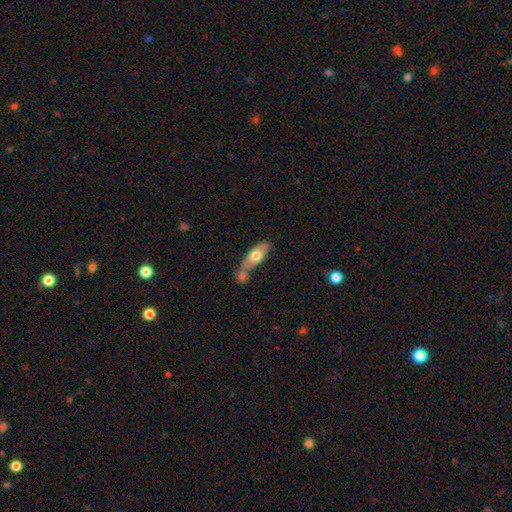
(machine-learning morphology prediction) Smooth or featured: smooth — 62% (featured or disk — 32%)
How rounded: in between — 71% (cigar-shaped — 25%)
Merging: merger — 43% (none — 31%)